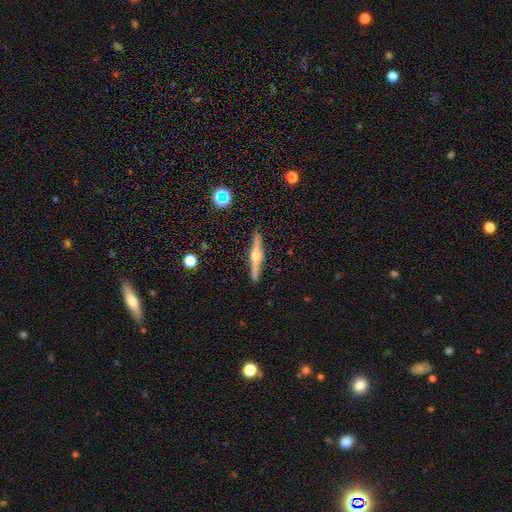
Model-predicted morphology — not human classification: featured or disk 76%, smooth 18%, star or artifact 6%. Down the decision tree: edge-on disk — yes (98%); edge-on bulge — rounded (93%); merging — none (91%).